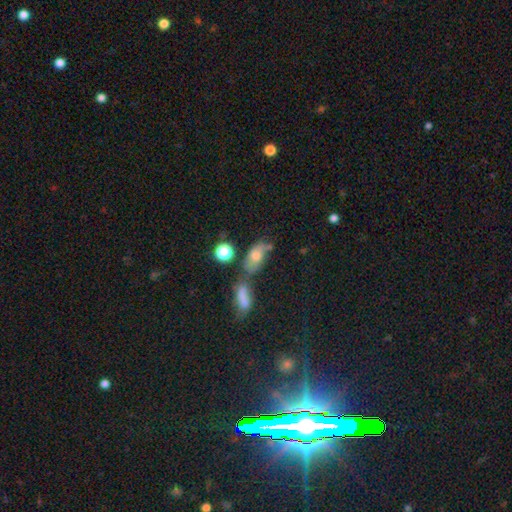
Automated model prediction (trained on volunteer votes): smooth-or-featured: smooth: 64% | featured or disk: 21% | star or artifact: 15%
  how-rounded: in between: 78% | round: 11% | cigar-shaped: 10%
  merging: none: 43% | merger: 27% | minor disturbance: 19% | major disturbance: 10%